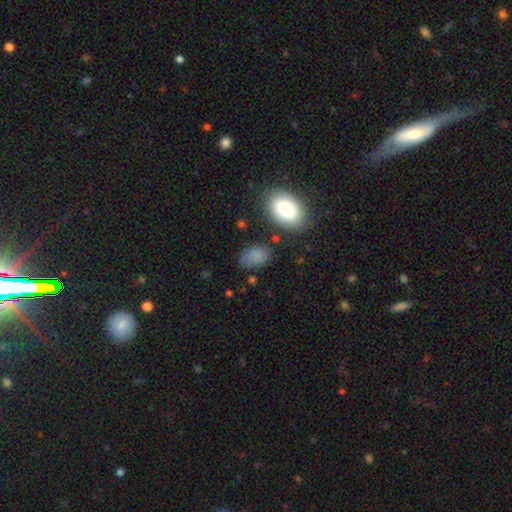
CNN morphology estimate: Overall: smooth (80%). How rounded: in between (87%). Merging: none (65%).